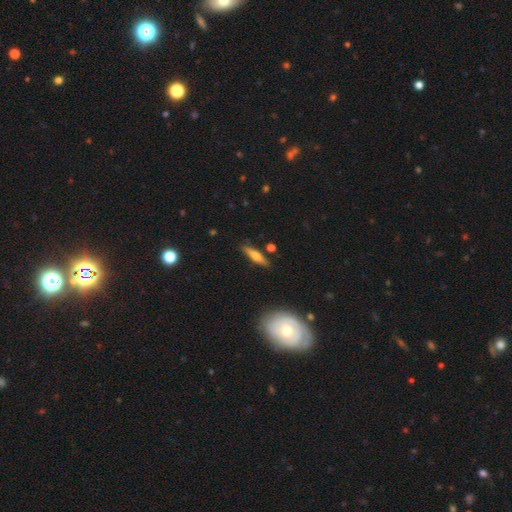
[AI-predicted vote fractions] The model was most divided on "smooth or featured": smooth: 50%, featured or disk: 43%, star or artifact: 7%. More confident: merging — none (85%); how rounded — cigar-shaped (75%).